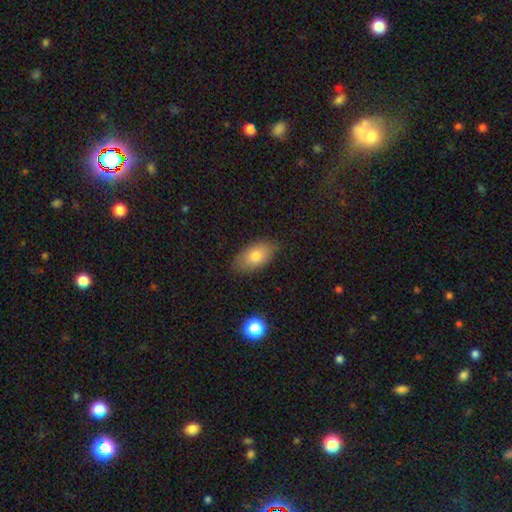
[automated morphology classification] smooth_or_featured: smooth (p=0.77) [alt: featured or disk p=0.15]
how_rounded: in between (p=0.90) [alt: round p=0.07]
merging: none (p=0.81) [alt: minor disturbance p=0.15]